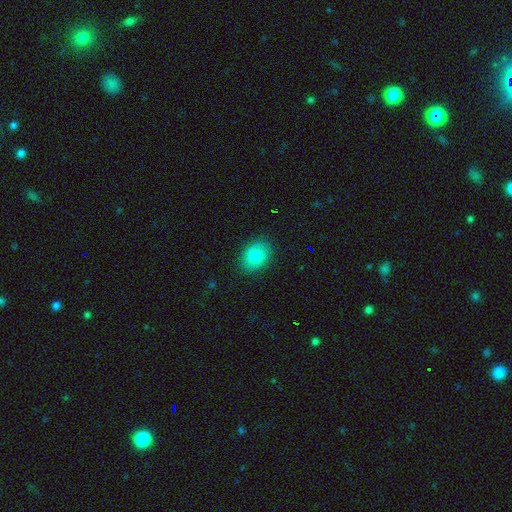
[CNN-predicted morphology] Q: Smooth or featured?
A: smooth (81%); runner-up: featured or disk (10%)
Q: How rounded?
A: in between (67%); runner-up: round (32%)
Q: Merging?
A: none (85%); runner-up: minor disturbance (11%)